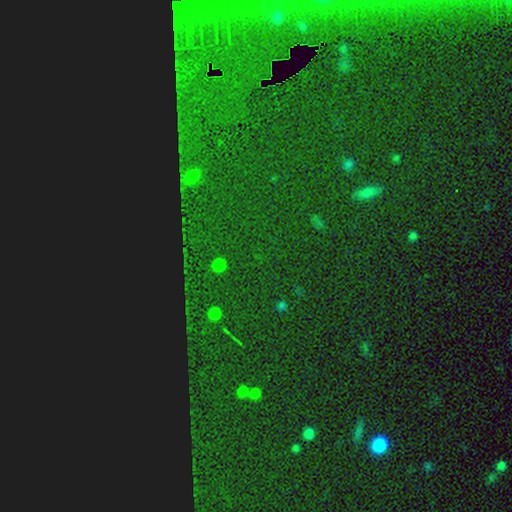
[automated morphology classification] smooth_or_featured: star or artifact (p=0.84) [alt: smooth p=0.08]